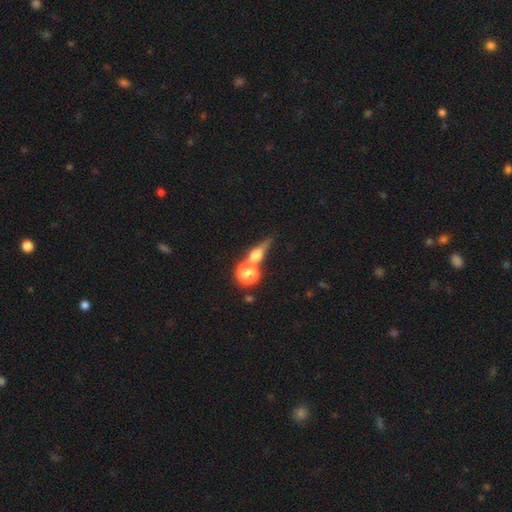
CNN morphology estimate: smooth_or_featured: smooth (p=0.56) [alt: featured or disk p=0.26]
how_rounded: round (p=0.51) [alt: in between p=0.28]
merging: none (p=0.42) [alt: merger p=0.35]